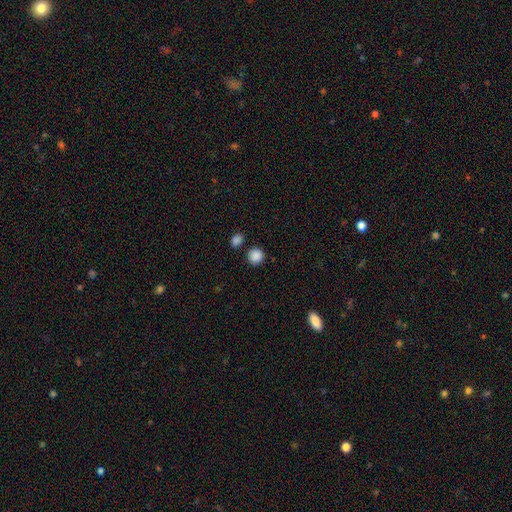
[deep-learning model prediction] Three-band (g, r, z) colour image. It shows a smooth galaxy with no disk features (88%) that is round (91%). Merging: none (84%).